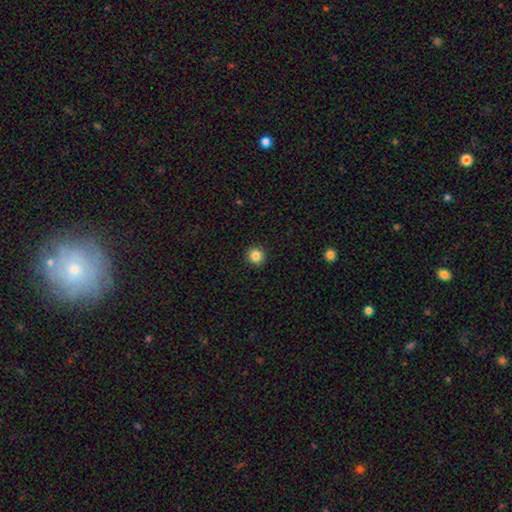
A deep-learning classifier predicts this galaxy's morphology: This appears to be a smooth galaxy with no disk features (84%) that is round (95%). Merging: none (93%).